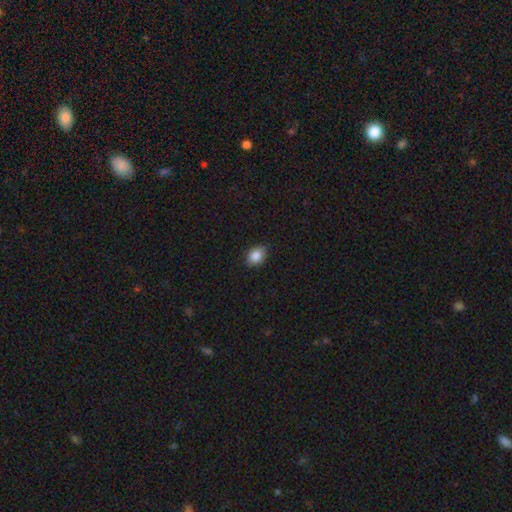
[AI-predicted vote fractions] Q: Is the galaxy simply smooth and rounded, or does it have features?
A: smooth — 86%.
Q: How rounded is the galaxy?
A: in between — 67%.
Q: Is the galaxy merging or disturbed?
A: none — 83%.